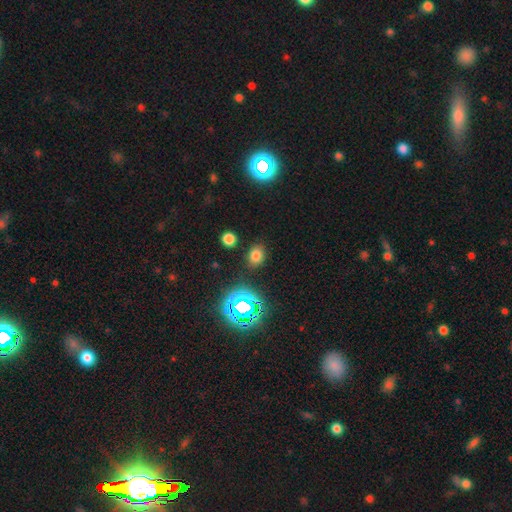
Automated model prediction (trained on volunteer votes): smooth 70%, star or artifact 23%, featured or disk 7%. Down the decision tree: how rounded — in between (59%); merging — none (85%).